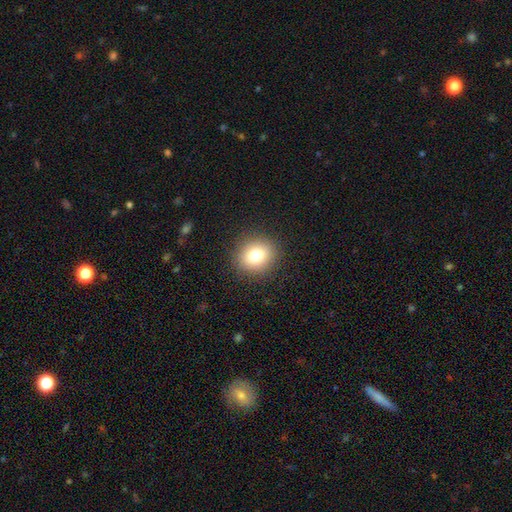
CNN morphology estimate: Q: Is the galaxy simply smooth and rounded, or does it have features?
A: smooth — 79%.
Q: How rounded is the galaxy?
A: round — 80%.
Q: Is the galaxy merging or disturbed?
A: none — 90%.